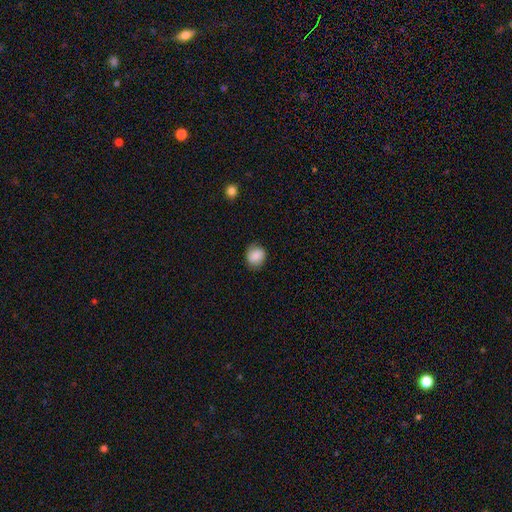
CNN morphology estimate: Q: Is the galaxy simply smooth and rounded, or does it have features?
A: smooth — 85%.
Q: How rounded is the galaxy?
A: round — 74%.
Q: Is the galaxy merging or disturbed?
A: none — 79%.